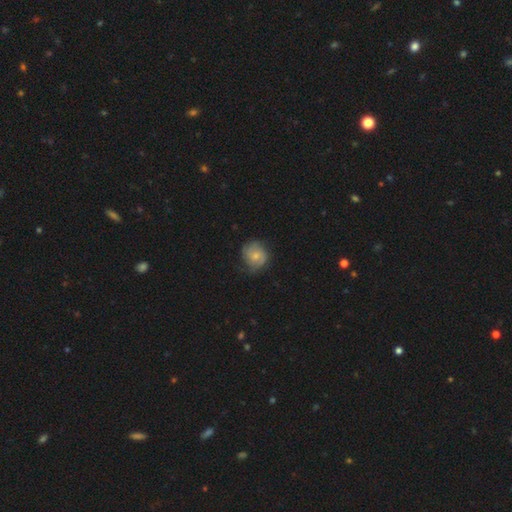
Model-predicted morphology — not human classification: This appears to be a smooth galaxy with no disk features (53%) that is round (81%). Merging: none (66%).